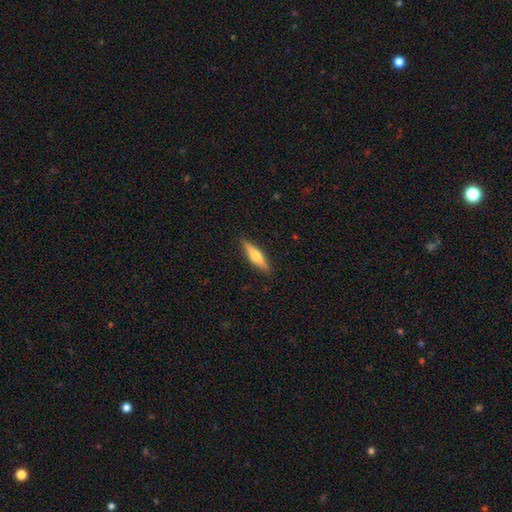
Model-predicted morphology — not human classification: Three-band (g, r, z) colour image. It shows a featured or disk galaxy (50%) viewed edge-on (95%). Merging: none (89%).